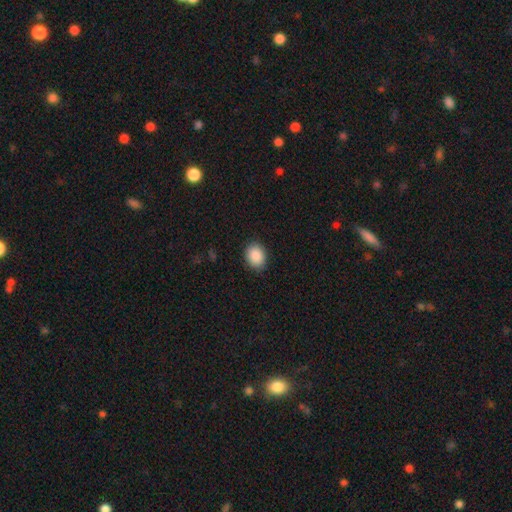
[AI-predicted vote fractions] This appears to be a smooth galaxy with no disk features (89%) that is in between round and cigar-shaped (55%). Merging: none (88%).